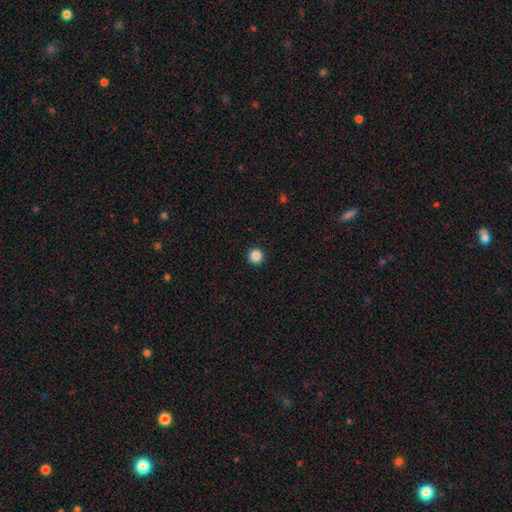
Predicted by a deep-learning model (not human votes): Q: Smooth or featured?
A: smooth (87%); runner-up: star or artifact (11%)
Q: How rounded?
A: round (97%); runner-up: in between (2%)
Q: Merging?
A: none (94%); runner-up: minor disturbance (4%)